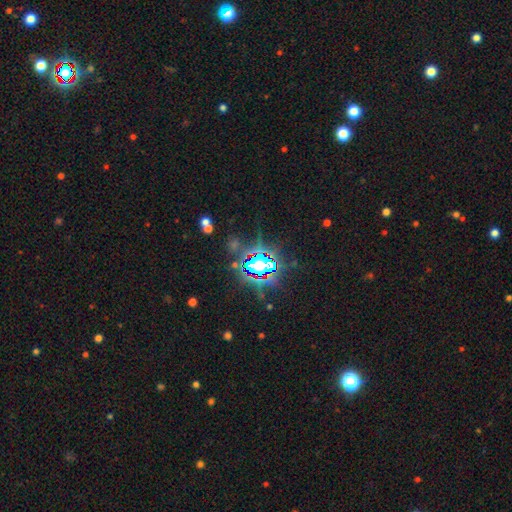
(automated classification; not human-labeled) The model was most divided on "smooth or featured": star or artifact: 72%, smooth: 17%, featured or disk: 11%.